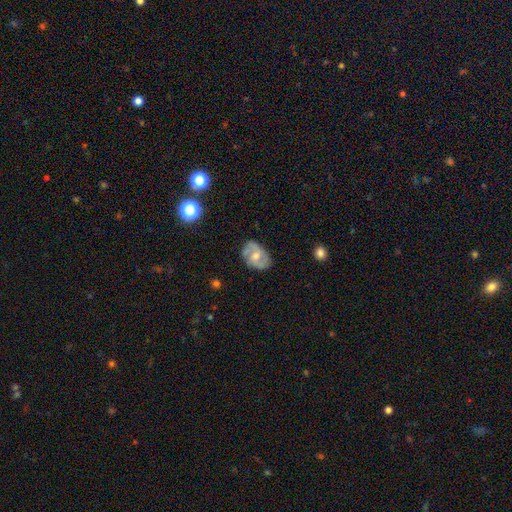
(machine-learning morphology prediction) A featured or disk galaxy (69%) with no bar (50%), 2 (71%) medium (49%) spiral arms (87%) and a moderate central bulge (61%). Merging: none (71%).